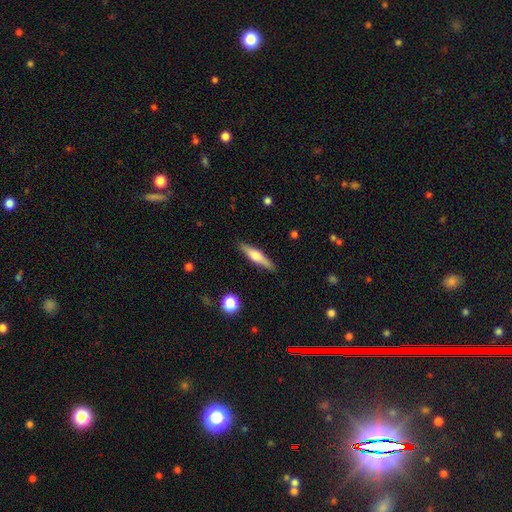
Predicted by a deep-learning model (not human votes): The model was most divided on "smooth or featured": featured or disk: 53%, smooth: 41%, star or artifact: 6%. More confident: edge-on disk — yes (95%); merging — none (88%); edge-on bulge — rounded (87%).